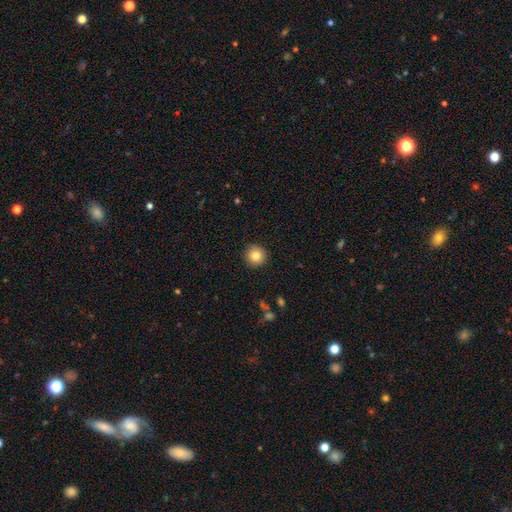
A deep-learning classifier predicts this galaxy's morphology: This appears to be a smooth galaxy with no disk features (84%) that is round (95%). Merging: none (91%).